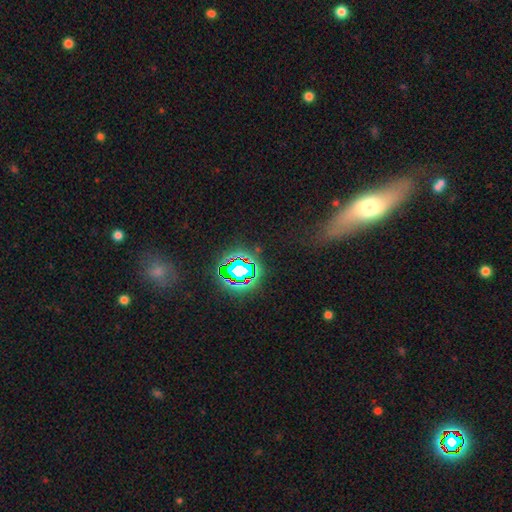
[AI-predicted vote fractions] Smooth or featured?
  - star or artifact: 47% *
  - smooth: 28%
  - featured or disk: 25%